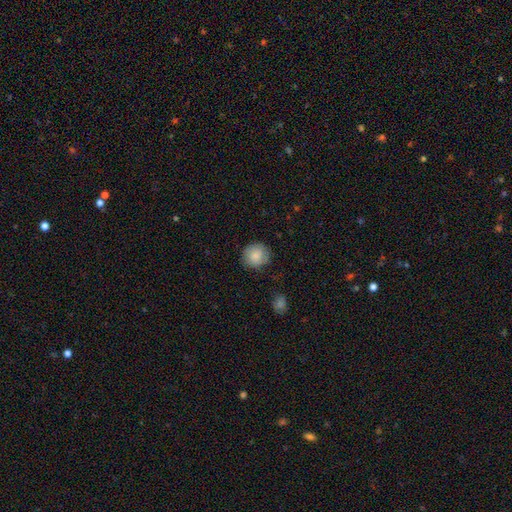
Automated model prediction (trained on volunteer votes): This appears to be a smooth galaxy with no disk features (83%) that is round (82%). Merging: none (79%).